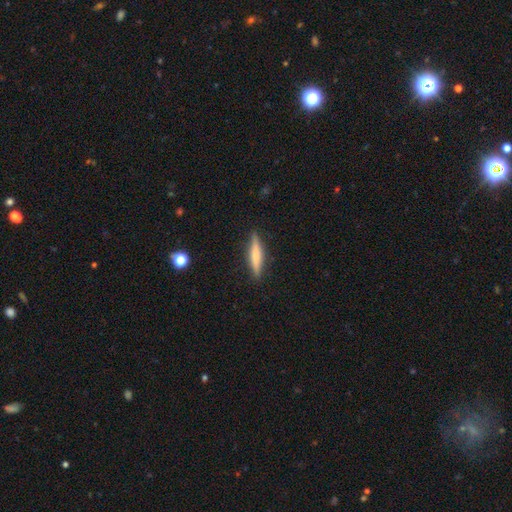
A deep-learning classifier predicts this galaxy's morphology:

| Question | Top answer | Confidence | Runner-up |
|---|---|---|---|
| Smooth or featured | smooth | 57% | featured or disk (37%) |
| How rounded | cigar-shaped | 86% | in between (12%) |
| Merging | none | 88% | minor disturbance (9%) |